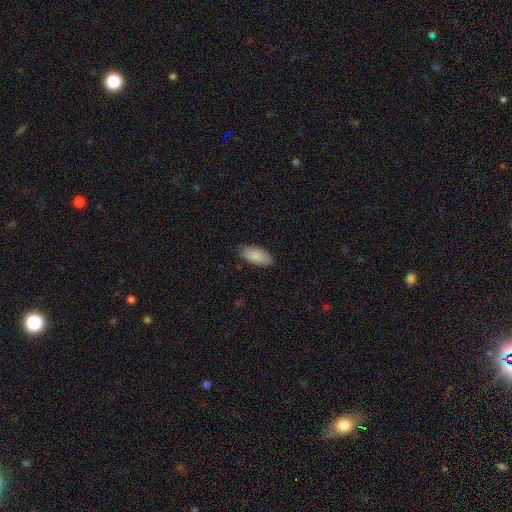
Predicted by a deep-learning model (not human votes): A smooth galaxy with no disk features (89%) that is in between round and cigar-shaped (89%). Merging: none (87%).